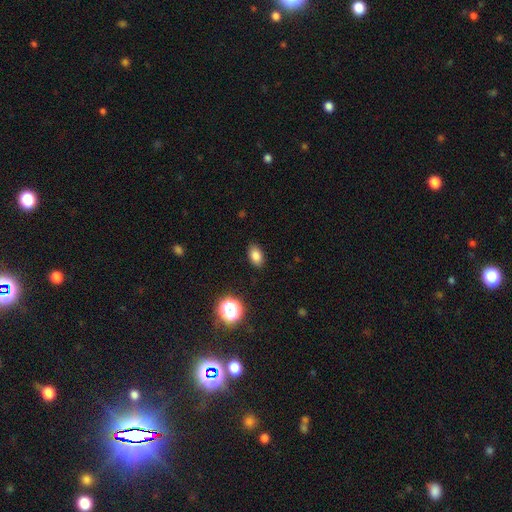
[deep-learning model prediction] The model was most divided on "smooth or featured": smooth: 82%, star or artifact: 12%, featured or disk: 6%. More confident: merging — none (88%); how rounded — in between (86%).